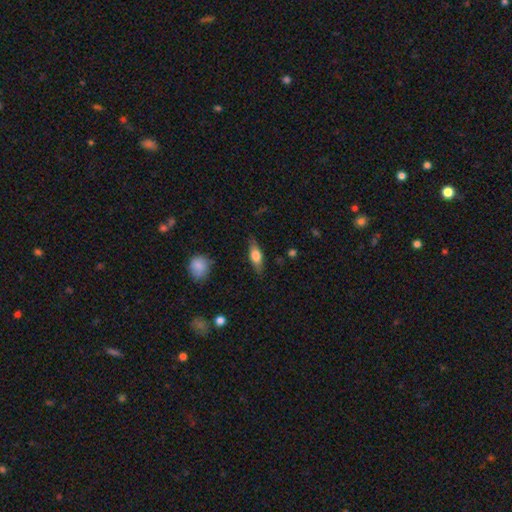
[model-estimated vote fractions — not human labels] Overall: smooth (60%; featured or disk 34%). How rounded: in between (63%; cigar-shaped 32%). Merging: none (82%).